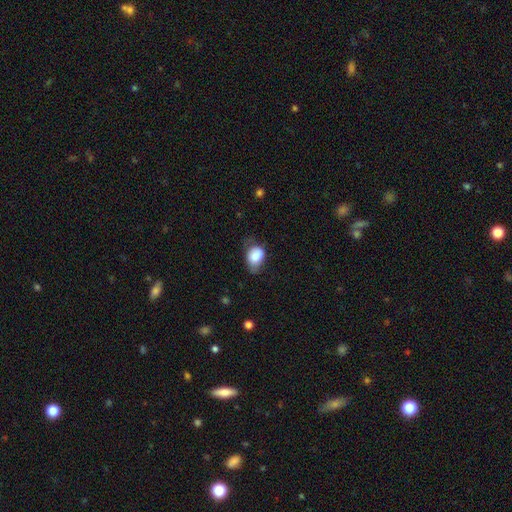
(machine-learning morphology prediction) The model was most divided on "merging": minor disturbance: 41%, none: 40%, major disturbance: 17%, merger: 2%. More confident: smooth or featured — smooth (82%); how rounded — in between (70%).